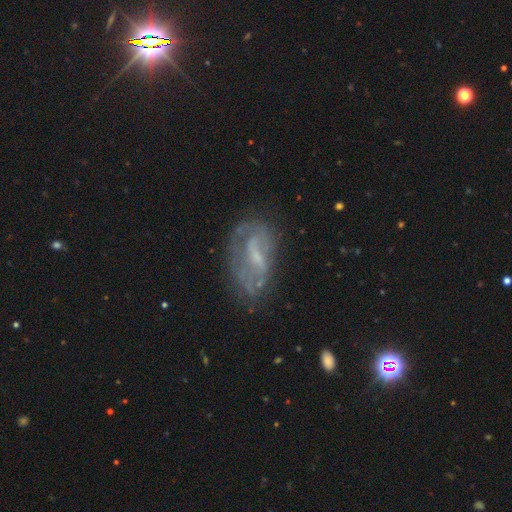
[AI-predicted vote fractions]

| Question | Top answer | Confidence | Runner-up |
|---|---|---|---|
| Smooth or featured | featured or disk | 66% | smooth (24%) |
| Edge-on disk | no | 94% | yes (6%) |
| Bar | weak | 46% | no (35%) |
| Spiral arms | yes | 59% | no (41%) |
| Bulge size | small | 48% | none (26%) |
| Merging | none | 54% | minor disturbance (24%) |